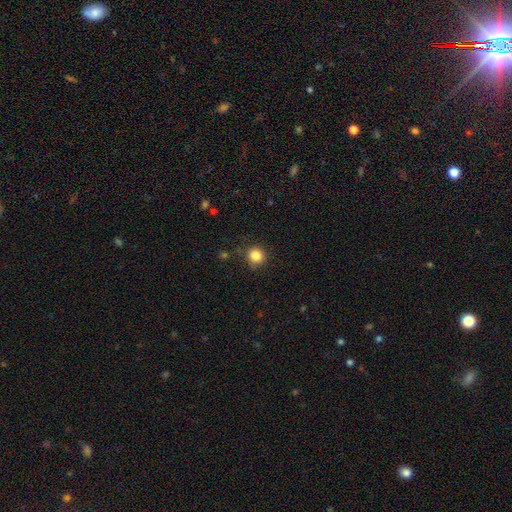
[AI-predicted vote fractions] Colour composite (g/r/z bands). It shows a smooth galaxy with no disk features (85%) that is round (92%). Merging: none (86%).